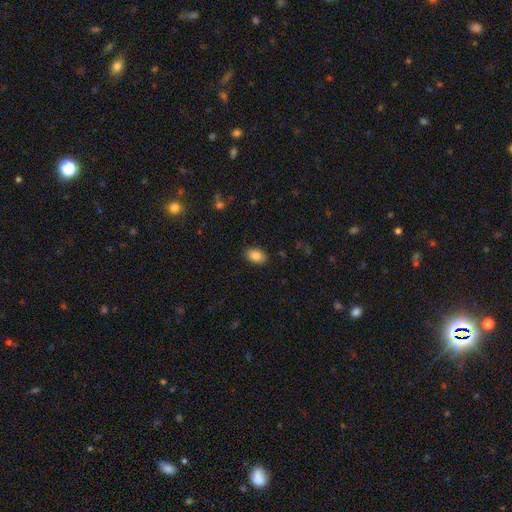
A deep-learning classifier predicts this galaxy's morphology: This appears to be a smooth galaxy with no disk features (85%) that is in between round and cigar-shaped (85%). Merging: none (88%).